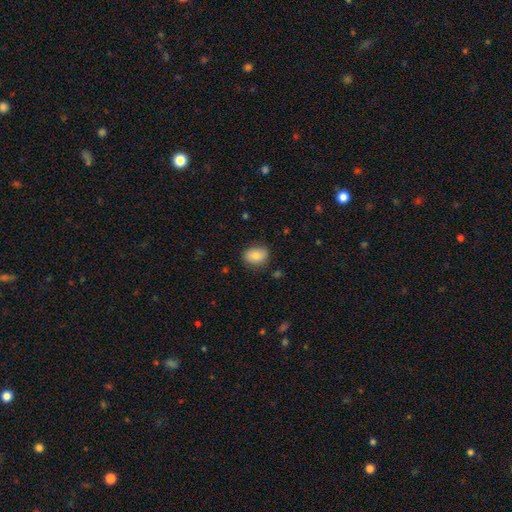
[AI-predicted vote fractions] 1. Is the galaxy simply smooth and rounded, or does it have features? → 82% smooth, 10% featured or disk, 8% star or artifact.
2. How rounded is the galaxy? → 69% in between, 30% round, 1% cigar-shaped.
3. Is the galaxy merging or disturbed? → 82% none, 14% minor disturbance, 3% major disturbance, 1% merger.